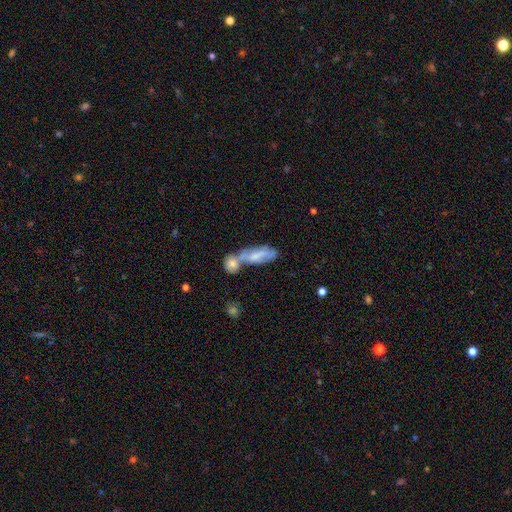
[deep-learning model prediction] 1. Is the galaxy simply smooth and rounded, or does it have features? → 52% smooth, 39% featured or disk, 9% star or artifact.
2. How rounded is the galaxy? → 63% in between, 33% cigar-shaped, 4% round.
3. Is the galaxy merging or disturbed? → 59% merger, 23% none, 11% minor disturbance, 7% major disturbance.